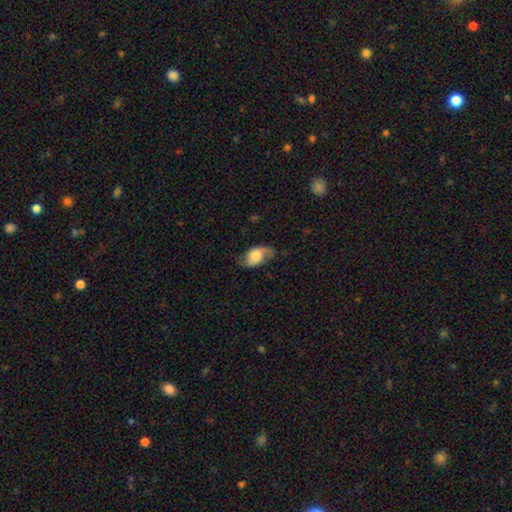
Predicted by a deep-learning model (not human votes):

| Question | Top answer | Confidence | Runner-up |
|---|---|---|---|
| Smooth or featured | featured or disk | 48% | smooth (44%) |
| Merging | none | 55% | minor disturbance (29%) |